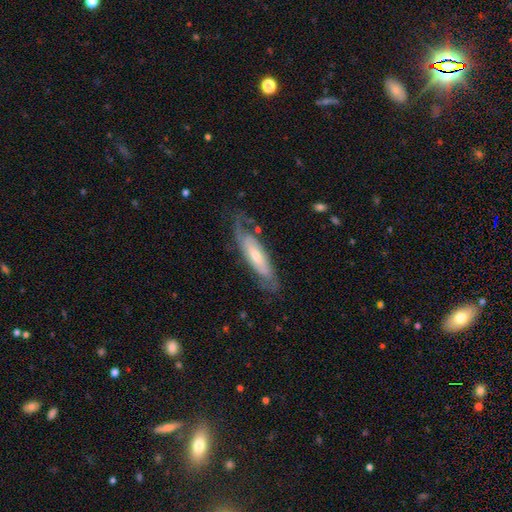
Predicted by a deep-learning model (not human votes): Smooth or featured? featured or disk (70%)
Edge-on disk? no (72%)
Merging? none (64%)